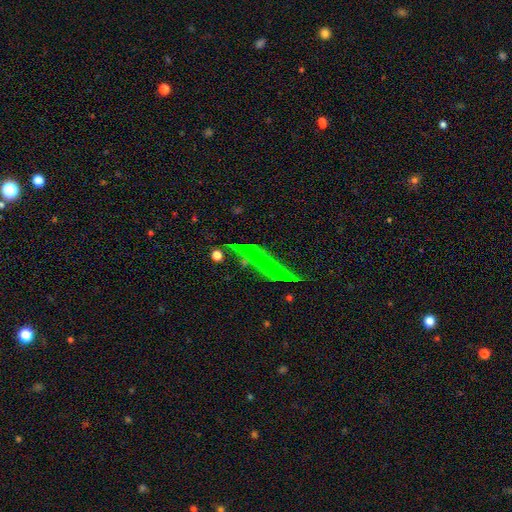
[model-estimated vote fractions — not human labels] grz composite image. It shows a featured or disk galaxy (55%) viewed edge-on (80%). Merging: none (62%).